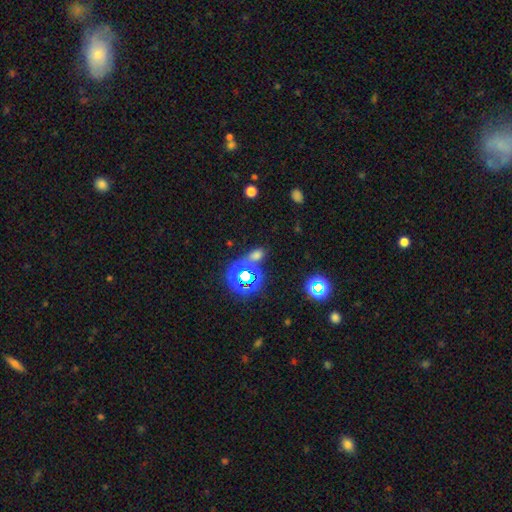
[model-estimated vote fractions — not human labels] Smooth or featured?
  - smooth: 51% *
  - star or artifact: 41%
  - featured or disk: 8%
How rounded?
  - in between: 66% *
  - round: 30%
  - cigar-shaped: 4%
Merging?
  - none: 71% *
  - merger: 13%
  - minor disturbance: 11%
  - major disturbance: 5%